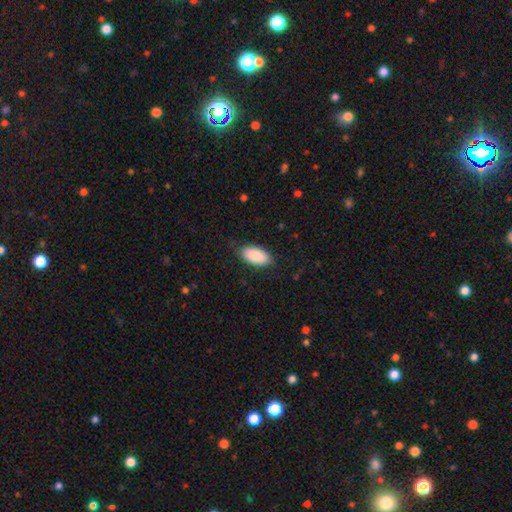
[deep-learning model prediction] This appears to be a smooth galaxy with no disk features (87%) that is in between round and cigar-shaped (94%). Merging: none (81%).